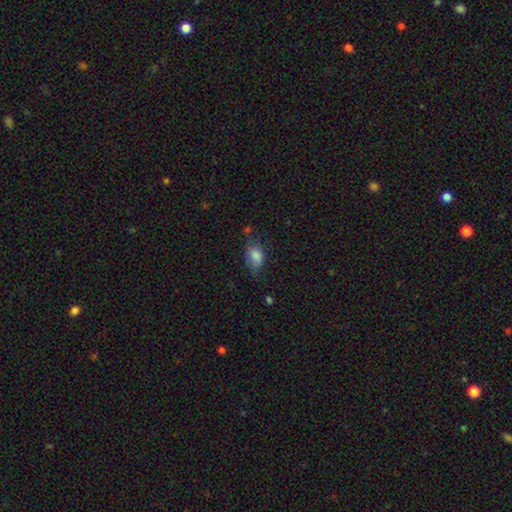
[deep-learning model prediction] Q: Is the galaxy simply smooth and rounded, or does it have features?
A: smooth — 81%.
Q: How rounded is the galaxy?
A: in between — 81%.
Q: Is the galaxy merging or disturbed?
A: none — 53%.